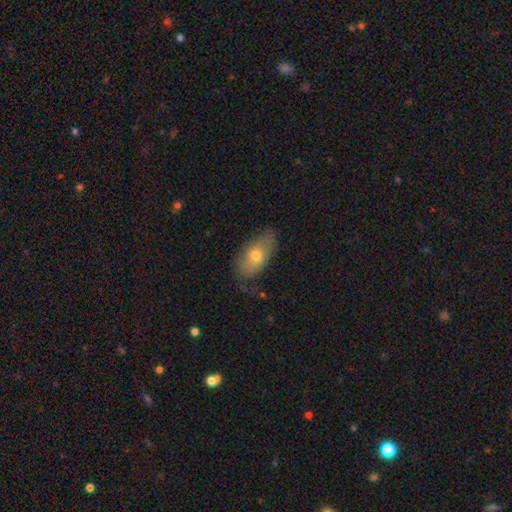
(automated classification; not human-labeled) Overall: smooth (63%; featured or disk 30%). How rounded: in between (88%). Merging: none (68%).